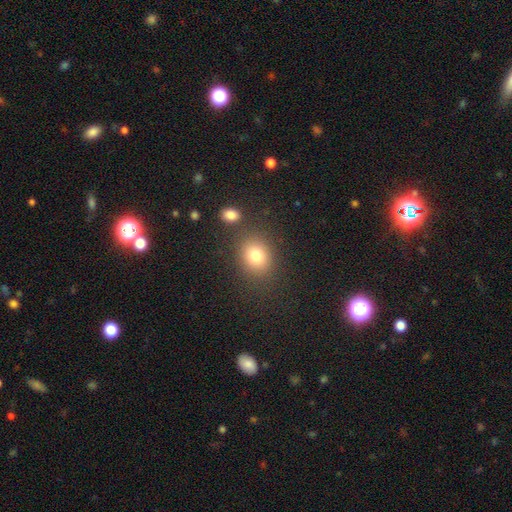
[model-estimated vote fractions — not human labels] smooth-or-featured: smooth: 79% | star or artifact: 12% | featured or disk: 9%
  how-rounded: round: 60% | in between: 39% | cigar-shaped: 1%
  merging: none: 80% | minor disturbance: 10% | merger: 6% | major disturbance: 4%